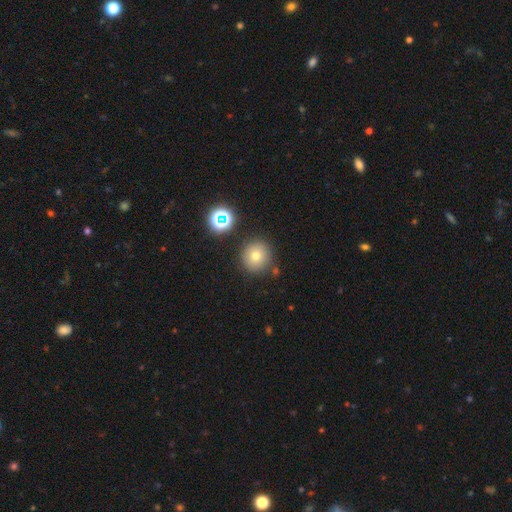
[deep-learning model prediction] Q: Smooth or featured?
A: smooth (73%); runner-up: star or artifact (15%)
Q: How rounded?
A: round (94%); runner-up: in between (5%)
Q: Merging?
A: none (84%); runner-up: minor disturbance (8%)